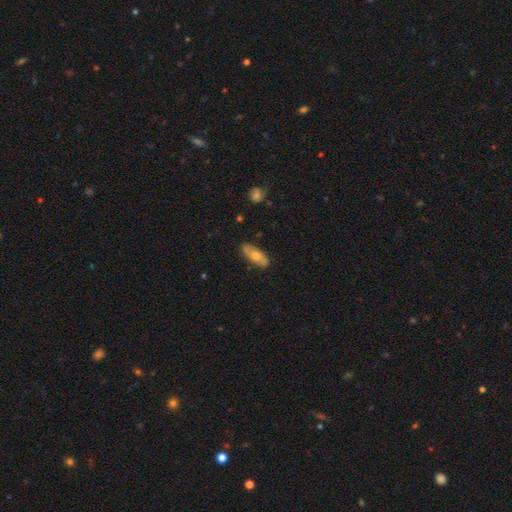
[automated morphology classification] The model was most divided on "how rounded": in between: 58%, cigar-shaped: 39%, round: 3%. More confident: merging — none (83%); smooth or featured — smooth (57%).